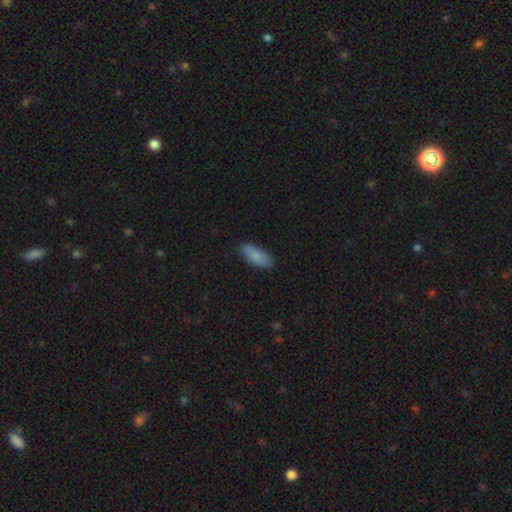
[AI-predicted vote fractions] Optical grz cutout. It shows a smooth galaxy with no disk features (86%) that is in between round and cigar-shaped (79%). Merging: none (83%).